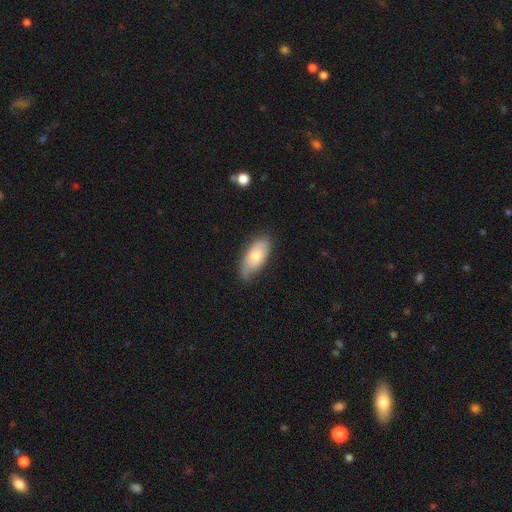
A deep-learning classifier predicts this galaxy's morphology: Smooth or featured? smooth (70%)
How rounded? in between (91%)
Merging? none (62%)